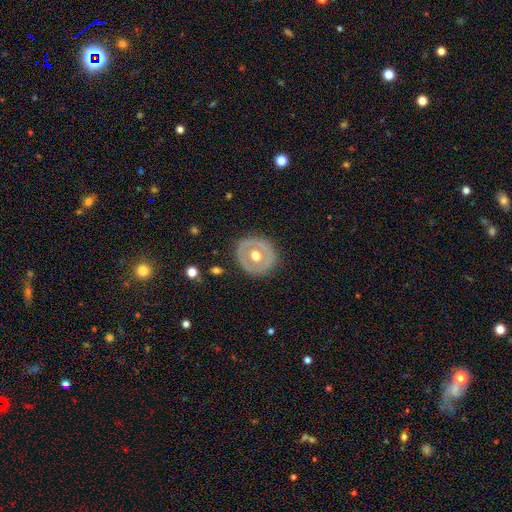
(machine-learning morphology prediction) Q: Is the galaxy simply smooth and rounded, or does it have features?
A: featured or disk — 56%.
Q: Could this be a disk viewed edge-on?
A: no — 94%.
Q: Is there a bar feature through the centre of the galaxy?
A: no — 86%.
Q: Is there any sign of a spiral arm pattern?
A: no — 90%.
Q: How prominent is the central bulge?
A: moderate — 79%.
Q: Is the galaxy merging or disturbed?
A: none — 85%.